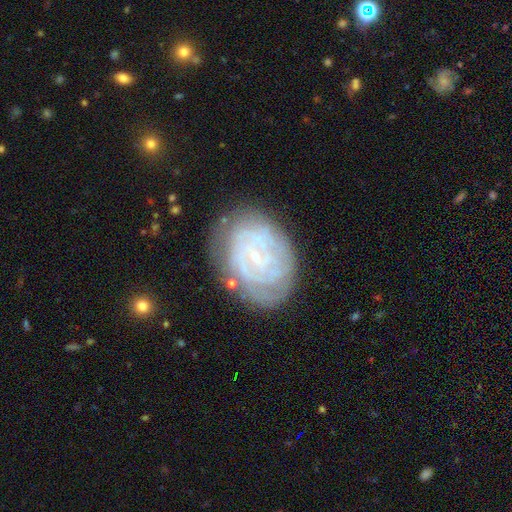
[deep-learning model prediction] Smooth or featured: featured or disk — 83% (smooth — 10%)
Edge-on disk: no — 97% (yes — 3%)
Bar: no — 55% (weak — 35%)
Spiral arms: yes — 94% (no — 6%)
Spiral winding: tight — 78% (medium — 18%)
Spiral arm count: can't tell — 36% (2 — 21%)
Bulge size: small — 84% (moderate — 8%)
Merging: none — 76% (minor disturbance — 17%)